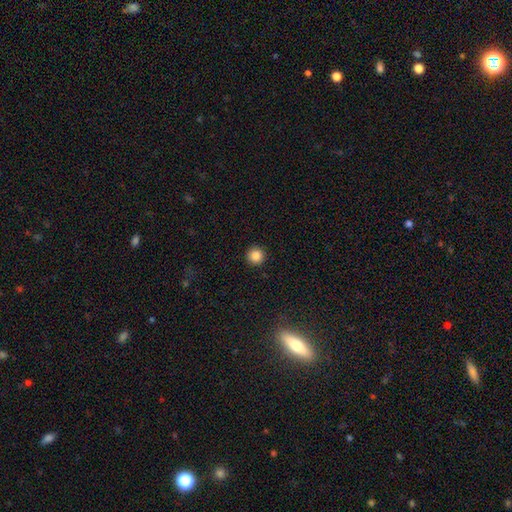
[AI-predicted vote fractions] A smooth galaxy with no disk features (86%) that is round (96%). Merging: none (93%).